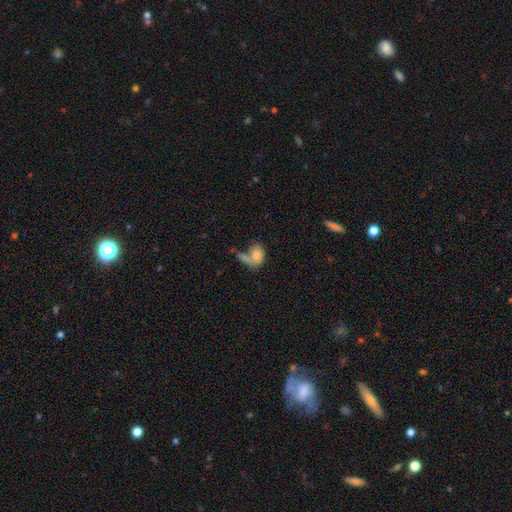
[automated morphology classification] The model was most divided on "merging": merger: 39%, none: 33%, minor disturbance: 15%, major disturbance: 13%. More confident: how rounded — in between (81%); smooth or featured — smooth (78%).